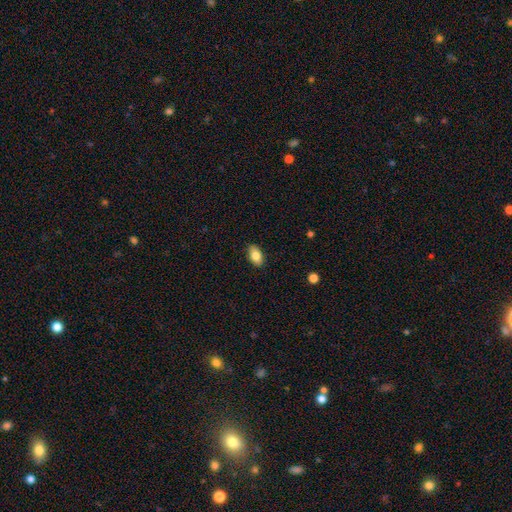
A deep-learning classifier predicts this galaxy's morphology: Smooth or featured?
  - smooth: 83% *
  - featured or disk: 10%
  - star or artifact: 7%
How rounded?
  - in between: 91% *
  - round: 6%
  - cigar-shaped: 3%
Merging?
  - none: 88% *
  - minor disturbance: 9%
  - major disturbance: 2%
  - merger: 1%